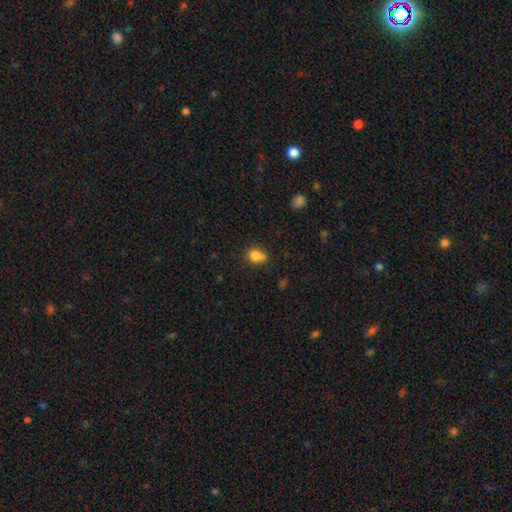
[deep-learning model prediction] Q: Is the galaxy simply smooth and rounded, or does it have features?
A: smooth — 80%.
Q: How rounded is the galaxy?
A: round — 55%.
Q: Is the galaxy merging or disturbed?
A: none — 51%.